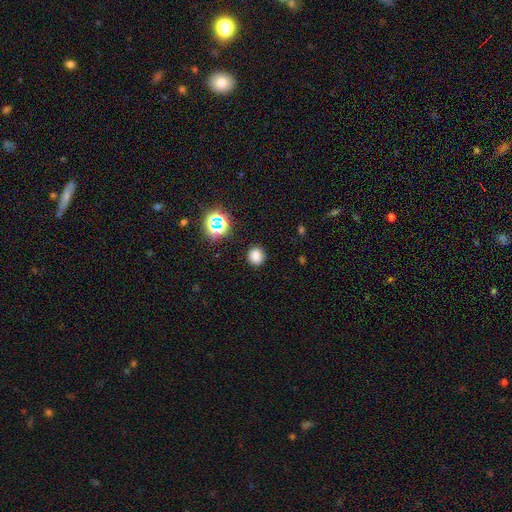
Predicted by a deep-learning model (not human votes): A smooth galaxy with no disk features (78%) that is round (77%). Merging: none (85%).